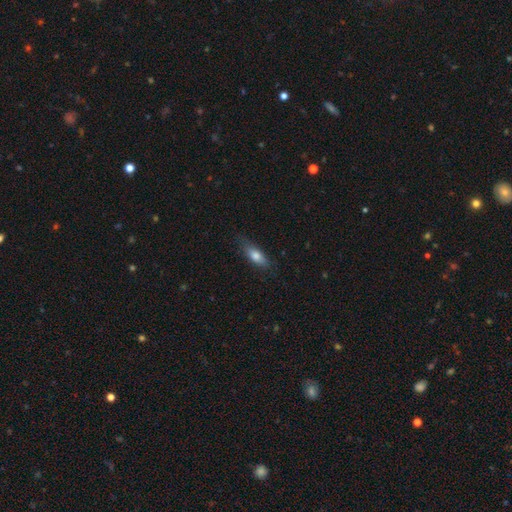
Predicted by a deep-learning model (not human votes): A smooth galaxy with no disk features (76%) that is in between round and cigar-shaped (66%).

Vote fractions:
- Smooth or featured? smooth: 76% / featured or disk: 17% / star or artifact: 7%
- How rounded? in between: 66% / cigar-shaped: 31% / round: 3%
- Merging? none: 74% / minor disturbance: 21% / major disturbance: 5% / merger: 1%